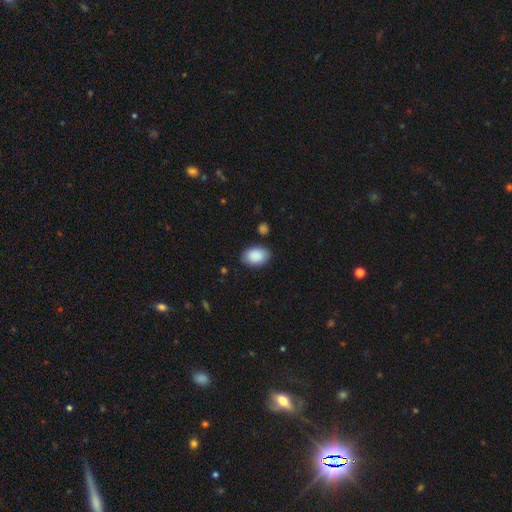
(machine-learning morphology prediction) This appears to be a smooth galaxy with no disk features (90%) that is in between round and cigar-shaped (85%). Merging: none (83%).